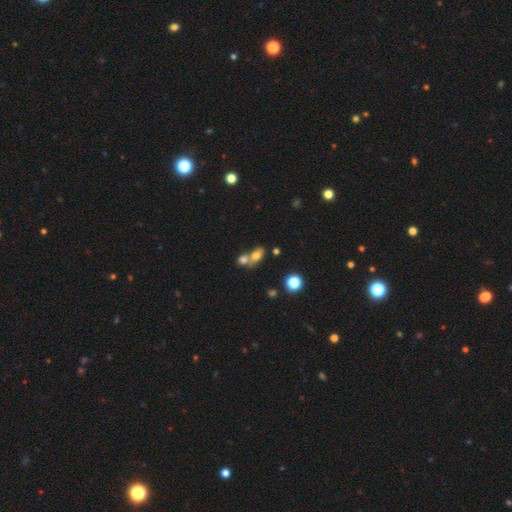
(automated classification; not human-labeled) This appears to be a smooth galaxy with no disk features (73%) that is in between round and cigar-shaped (74%). Merging: merger (59%).